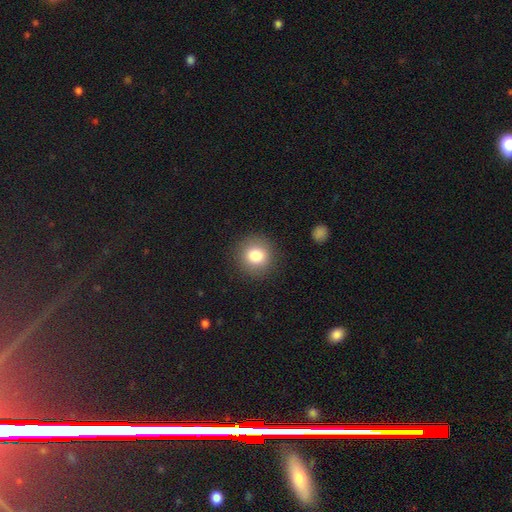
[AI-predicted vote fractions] Smooth or featured?
  - smooth: 82% *
  - star or artifact: 10%
  - featured or disk: 8%
How rounded?
  - round: 91% *
  - in between: 8%
  - cigar-shaped: 1%
Merging?
  - none: 89% *
  - minor disturbance: 7%
  - major disturbance: 3%
  - merger: 1%